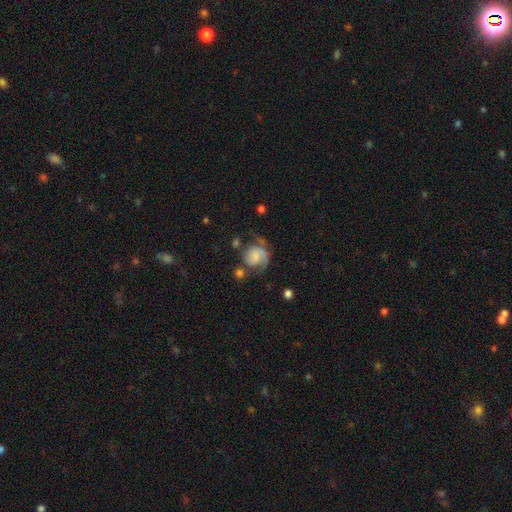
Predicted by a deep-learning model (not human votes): Overall: featured or disk (54%; smooth 37%). Edge-on disk: no (98%). Bar: no (71%). Spiral arms: yes (87%). Bulge size: none (36%; small 32%). Merging: none (41%; major disturbance 26%).